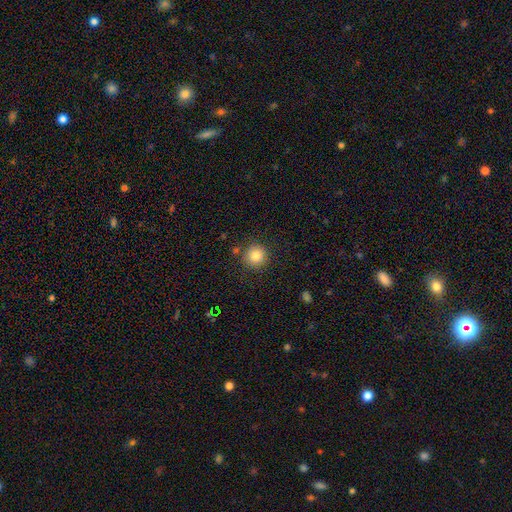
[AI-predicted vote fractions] This is clearly a smooth galaxy (83%). How rounded: clearly round (94%). Merging: clearly none (86%).